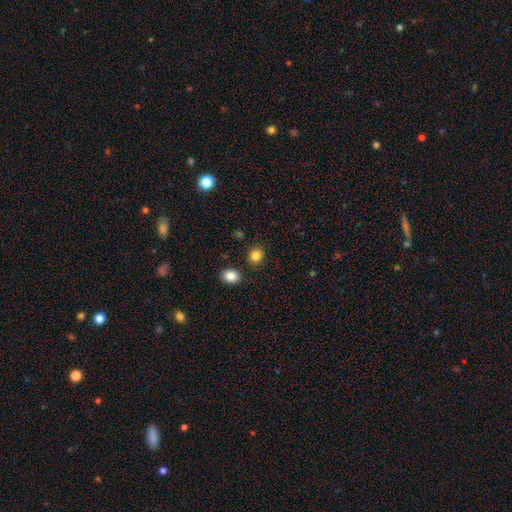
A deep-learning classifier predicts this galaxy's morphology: Smooth or featured: smooth — 85% (star or artifact — 11%)
How rounded: round — 72% (in between — 27%)
Merging: none — 86% (minor disturbance — 7%)